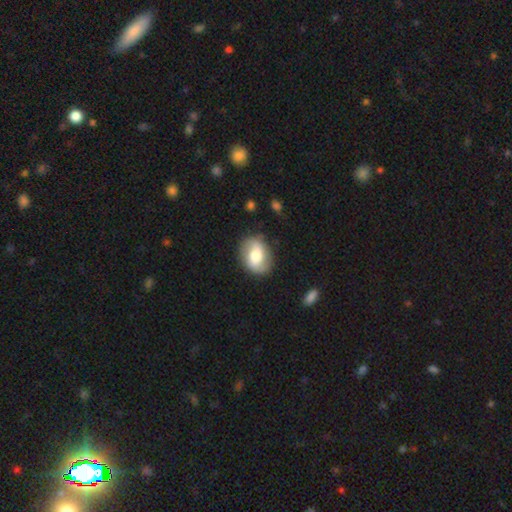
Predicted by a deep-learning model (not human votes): smooth_or_featured: featured or disk (p=0.50) [alt: smooth p=0.44]
merging: none (p=0.82) [alt: minor disturbance p=0.12]